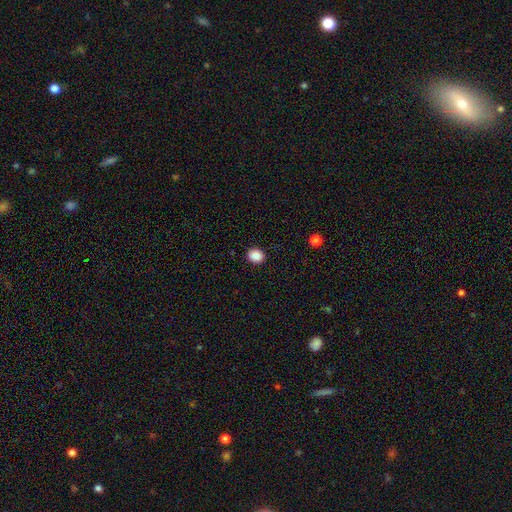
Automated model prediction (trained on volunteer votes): Q: Smooth or featured?
A: smooth (88%); runner-up: star or artifact (9%)
Q: How rounded?
A: round (67%); runner-up: in between (32%)
Q: Merging?
A: none (91%); runner-up: minor disturbance (6%)